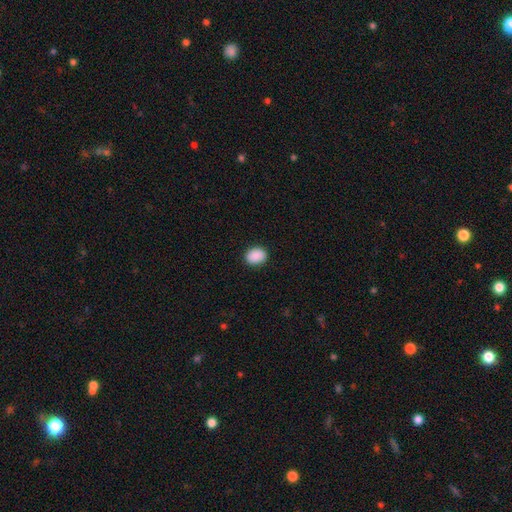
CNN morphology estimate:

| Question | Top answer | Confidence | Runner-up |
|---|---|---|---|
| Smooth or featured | smooth | 90% | star or artifact (7%) |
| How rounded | in between | 60% | round (39%) |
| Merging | none | 89% | minor disturbance (8%) |